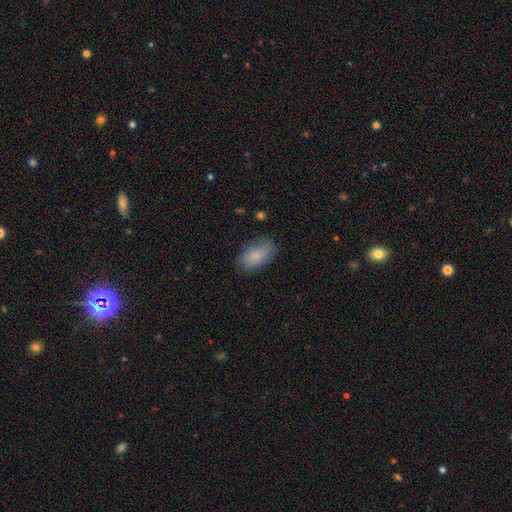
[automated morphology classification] Overall: smooth (76%). How rounded: in between (92%). Merging: none (67%).